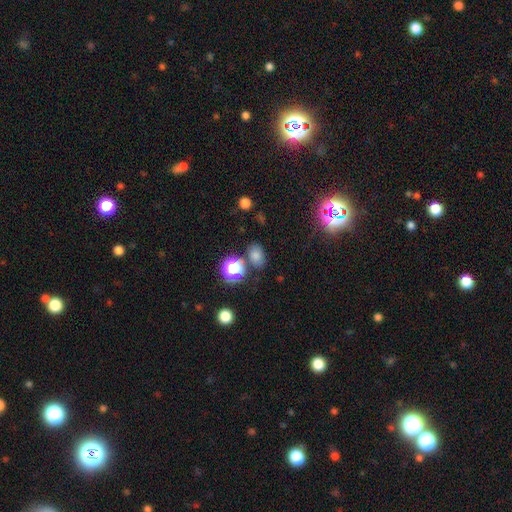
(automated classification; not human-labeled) A smooth galaxy with no disk features (71%) that is in between round and cigar-shaped (69%). Merging: none (76%).